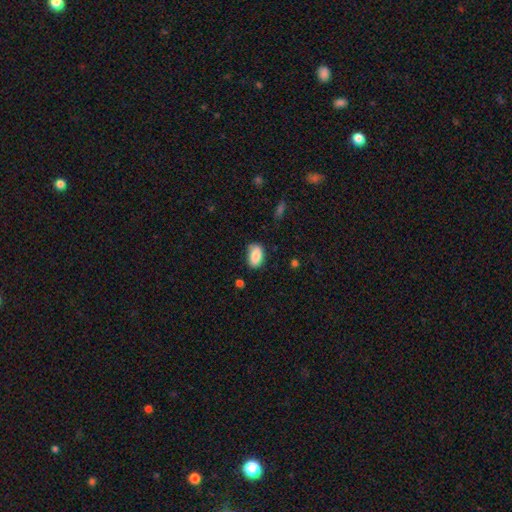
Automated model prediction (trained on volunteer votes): Smooth or featured: smooth — 86% (star or artifact — 7%)
How rounded: in between — 90% (round — 7%)
Merging: none — 73% (minor disturbance — 21%)